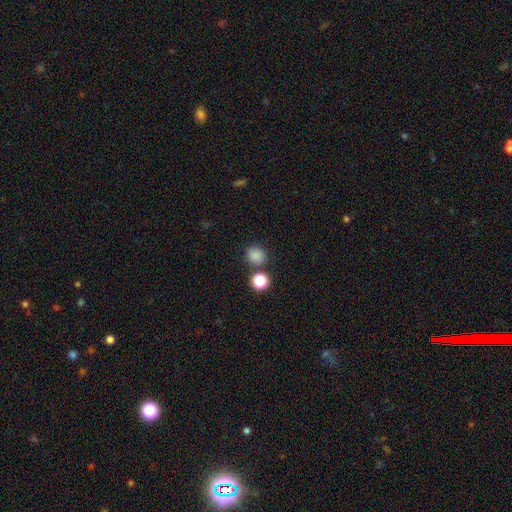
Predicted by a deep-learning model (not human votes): Overall: smooth (84%). How rounded: round (83%). Merging: none (78%).